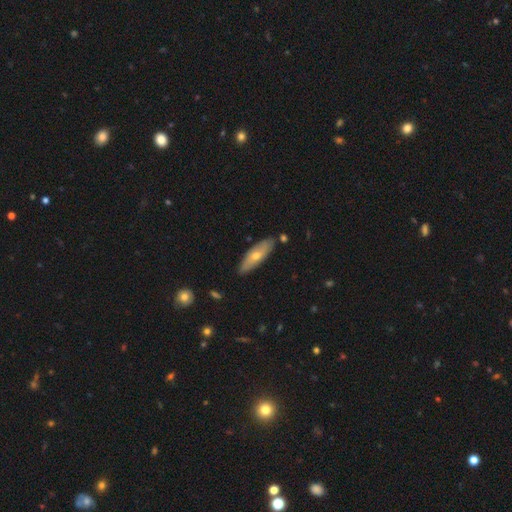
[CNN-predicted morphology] smooth-or-featured: smooth: 50% | featured or disk: 44% | star or artifact: 6%
  how-rounded: cigar-shaped: 52% | in between: 45% | round: 2%
  merging: none: 85% | minor disturbance: 11% | merger: 2% | major disturbance: 2%